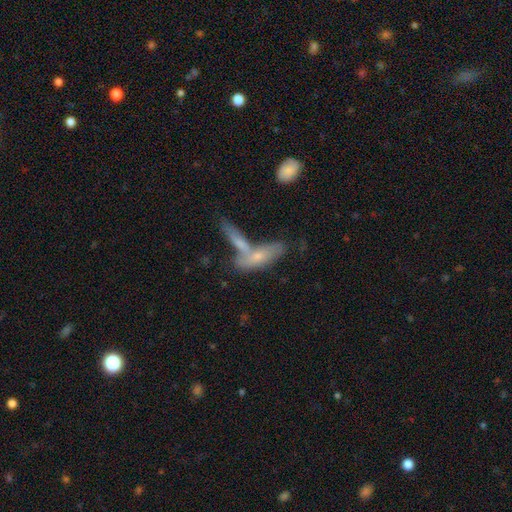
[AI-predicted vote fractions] This is possibly a smooth galaxy (56%). How rounded: possibly in between (51%). Merging: possibly merger (51%).